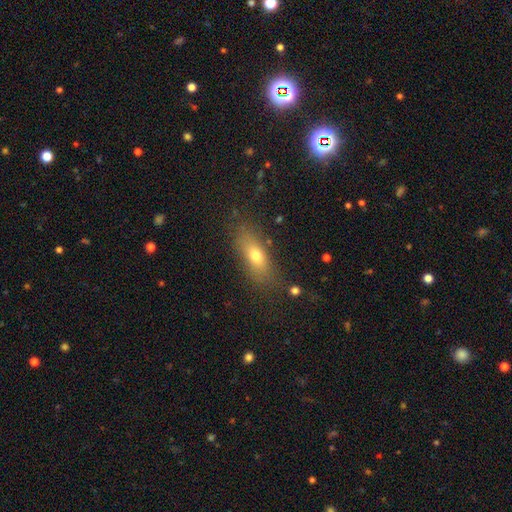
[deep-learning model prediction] Morphology: type=smooth (71%); roundness=in between (69%); merging=none (77%).